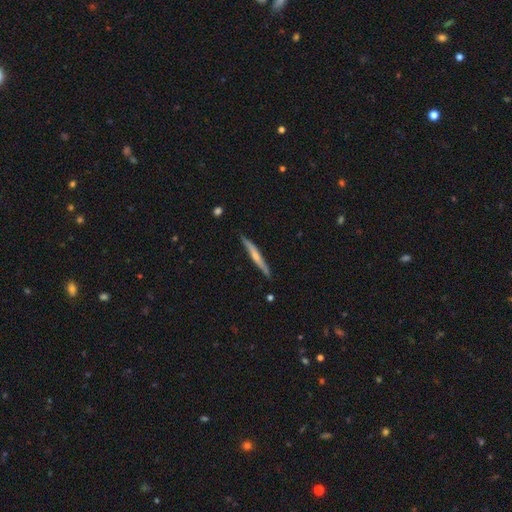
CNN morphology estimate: smooth_or_featured: featured or disk (p=0.51) [alt: smooth p=0.44]
disk_edge_on: yes (p=0.96) [alt: no p=0.04]
merging: none (p=0.85) [alt: minor disturbance p=0.11]